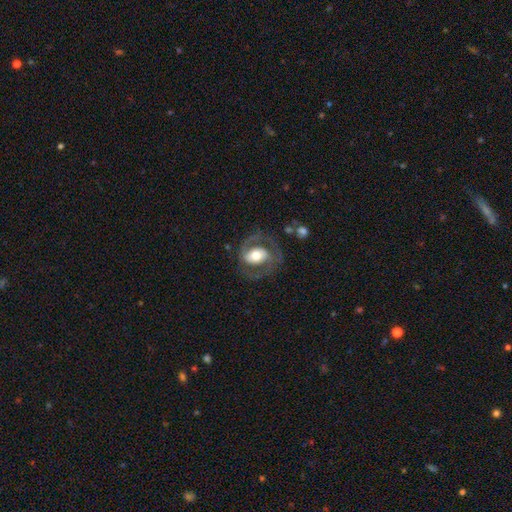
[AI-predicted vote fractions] Morphology: type=featured or disk (71%); edge-on=no (96%); bar=no (44%); spiral arms=yes (76%); winding=medium (48%); arm count=2 (78%); bulge=moderate (57%); merging=none (65%).